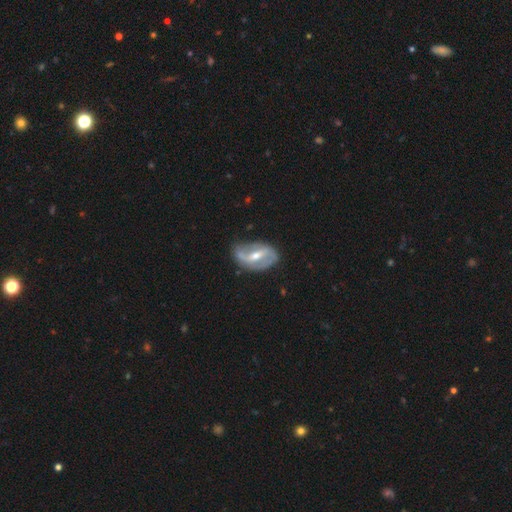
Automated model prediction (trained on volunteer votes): Q: Smooth or featured?
A: featured or disk (81%); runner-up: smooth (14%)
Q: Edge-on disk?
A: no (95%); runner-up: yes (5%)
Q: Bar?
A: strong (53%); runner-up: weak (36%)
Q: Spiral arms?
A: yes (84%); runner-up: no (16%)
Q: Spiral winding?
A: loose (42%); runner-up: medium (38%)
Q: Spiral arm count?
A: 2 (81%); runner-up: can't tell (8%)
Q: Bulge size?
A: moderate (60%); runner-up: small (34%)
Q: Merging?
A: none (65%); runner-up: minor disturbance (24%)